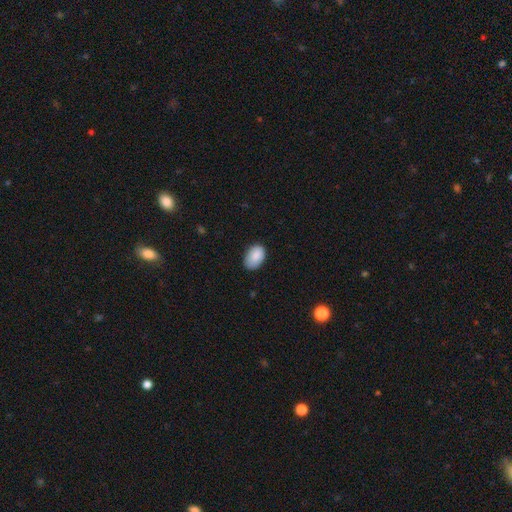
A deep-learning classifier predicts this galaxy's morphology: A smooth galaxy with no disk features (88%) that is in between round and cigar-shaped (90%).

Vote fractions:
- Smooth or featured? smooth: 88% / star or artifact: 7% / featured or disk: 5%
- How rounded? in between: 90% / round: 8% / cigar-shaped: 1%
- Merging? none: 76% / minor disturbance: 20% / major disturbance: 3% / merger: 1%